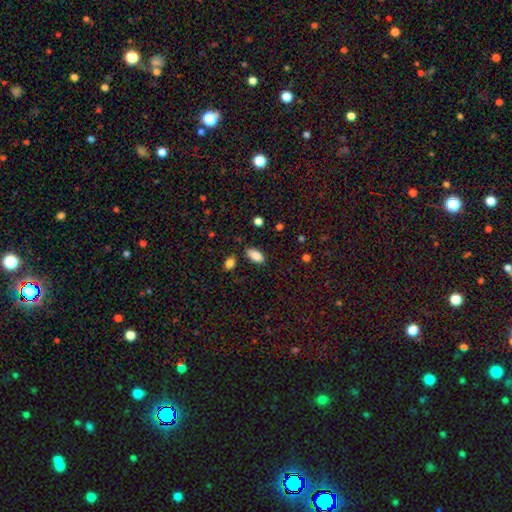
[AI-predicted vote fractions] Smooth or featured? smooth (87%)
How rounded? in between (90%)
Merging? none (81%)